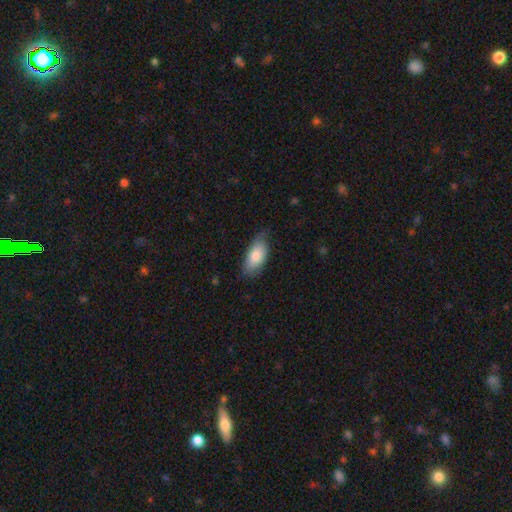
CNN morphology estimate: smooth 78%, featured or disk 17%, star or artifact 6%. Down the decision tree: how rounded — in between (91%); merging — none (65%).